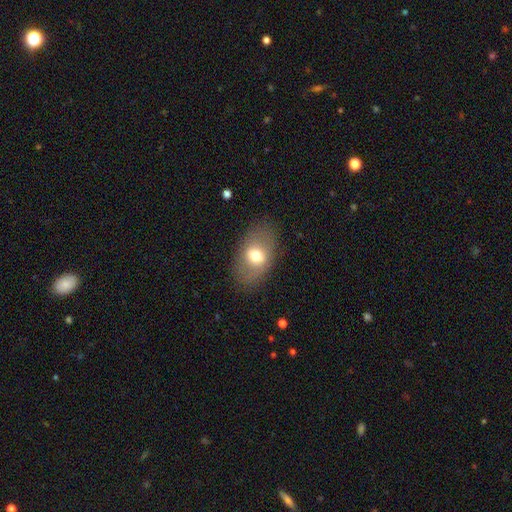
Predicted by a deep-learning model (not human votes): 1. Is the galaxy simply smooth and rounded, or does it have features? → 65% smooth, 27% featured or disk, 8% star or artifact.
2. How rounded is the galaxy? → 83% in between, 16% round, 1% cigar-shaped.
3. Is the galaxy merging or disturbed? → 82% none, 12% minor disturbance, 5% major disturbance, 1% merger.